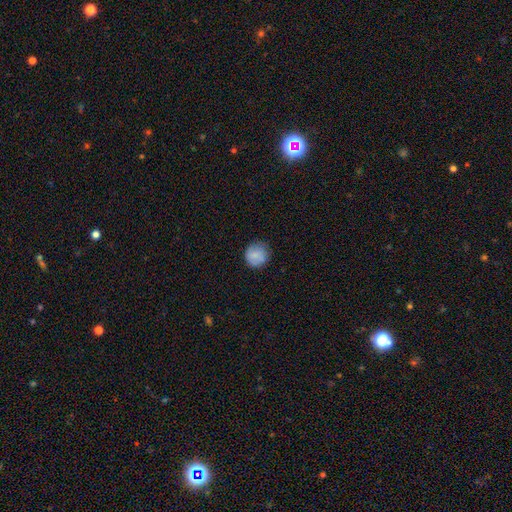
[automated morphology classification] This appears to be a smooth galaxy with no disk features (83%) that is round (92%). Merging: none (82%).